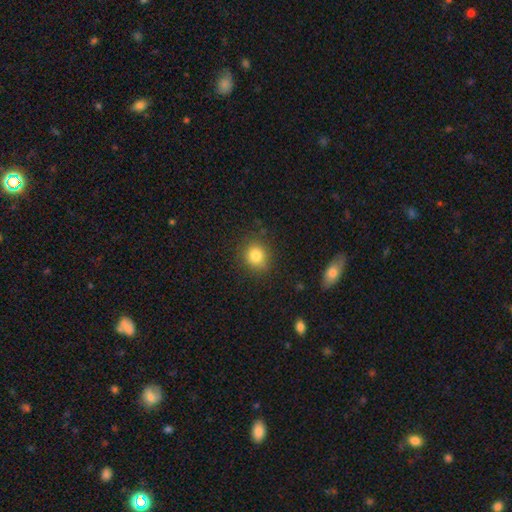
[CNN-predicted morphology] Smooth or featured?
  - smooth: 82% *
  - star or artifact: 12%
  - featured or disk: 6%
How rounded?
  - round: 80% *
  - in between: 19%
  - cigar-shaped: 1%
Merging?
  - none: 85% *
  - minor disturbance: 11%
  - major disturbance: 3%
  - merger: 1%